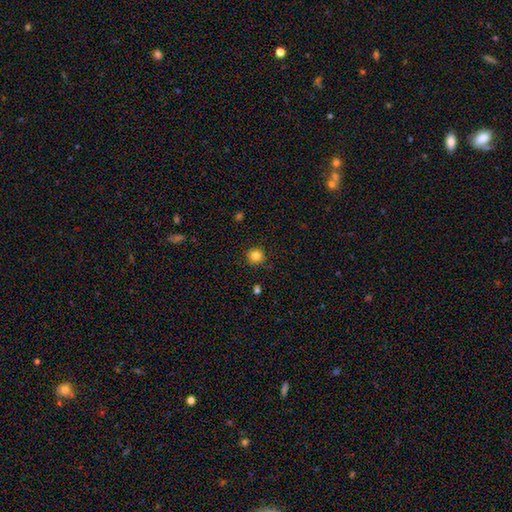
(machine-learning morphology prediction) Smooth or featured? smooth (84%)
How rounded? round (93%)
Merging? none (90%)